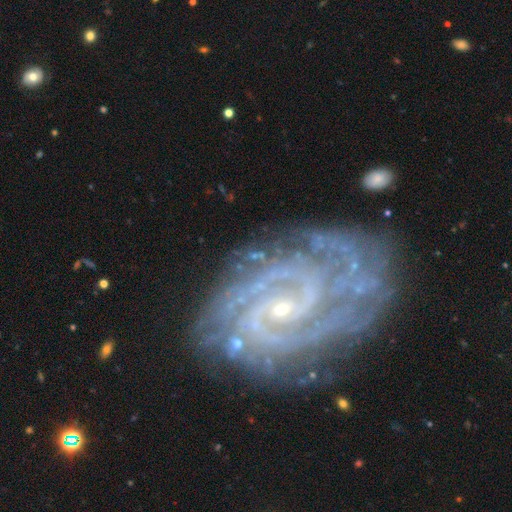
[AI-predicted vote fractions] This appears to be a featured or disk galaxy (90%) with no bar (43%), 2 (40%) tight (69%) spiral arms (98%) and a small central bulge (73%). Merging: none (73%).